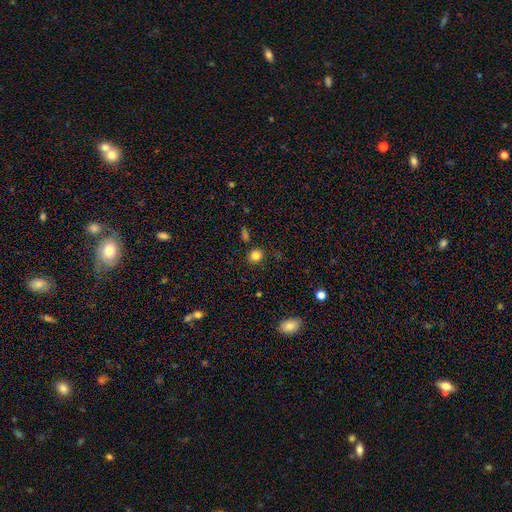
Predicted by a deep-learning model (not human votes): Overall: smooth (83%). How rounded: round (86%). Merging: none (85%).